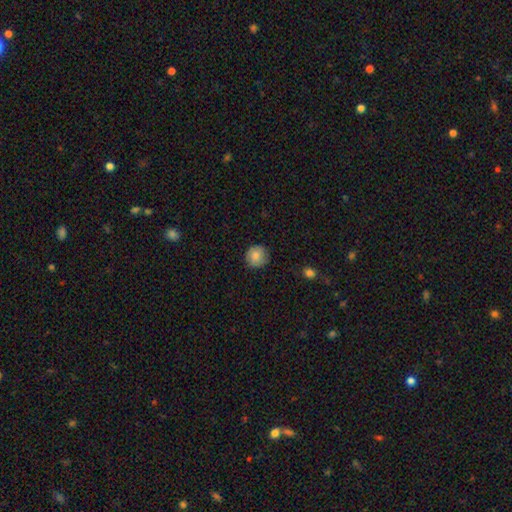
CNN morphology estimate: Overall: smooth (83%). How rounded: round (91%). Merging: none (83%).